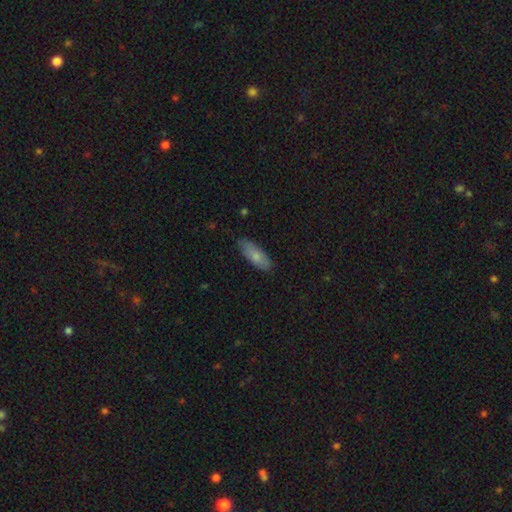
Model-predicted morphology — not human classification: smooth_or_featured: smooth (p=0.77) [alt: featured or disk p=0.17]
how_rounded: in between (p=0.72) [alt: cigar-shaped p=0.26]
merging: none (p=0.77) [alt: minor disturbance p=0.19]